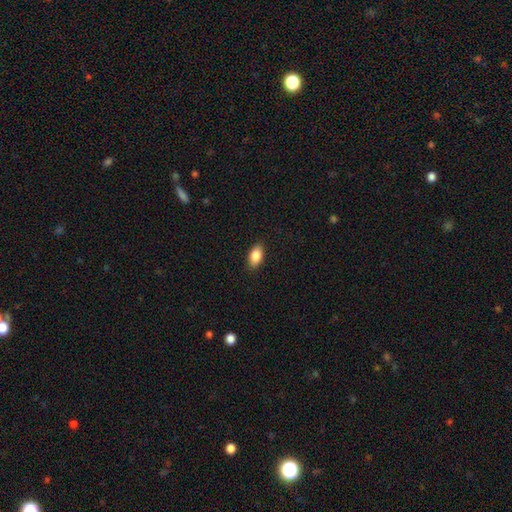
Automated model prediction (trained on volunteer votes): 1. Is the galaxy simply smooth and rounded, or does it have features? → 87% smooth, 7% star or artifact, 6% featured or disk.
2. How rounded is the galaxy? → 91% in between, 5% round, 3% cigar-shaped.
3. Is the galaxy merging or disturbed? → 88% none, 9% minor disturbance, 2% major disturbance, 1% merger.